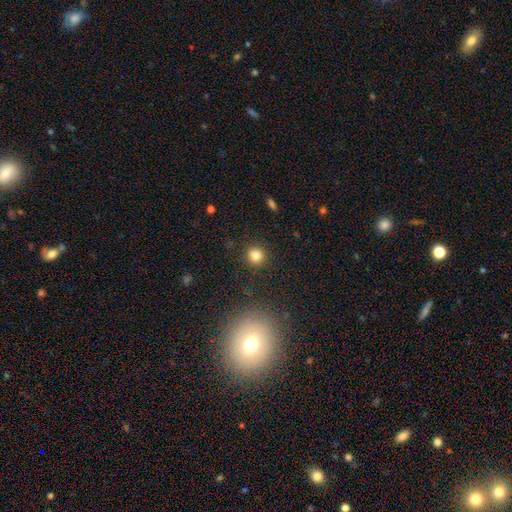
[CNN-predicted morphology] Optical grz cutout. It shows a smooth galaxy with no disk features (81%) that is round (91%). Merging: none (90%).